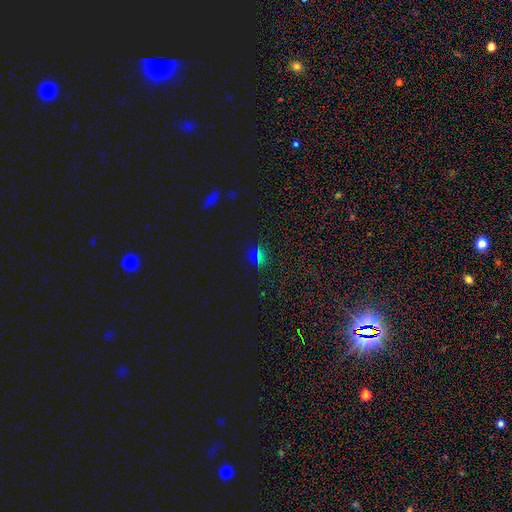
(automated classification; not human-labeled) Smooth or featured: smooth — 48% (star or artifact — 43%)
Merging: none — 85% (minor disturbance — 9%)